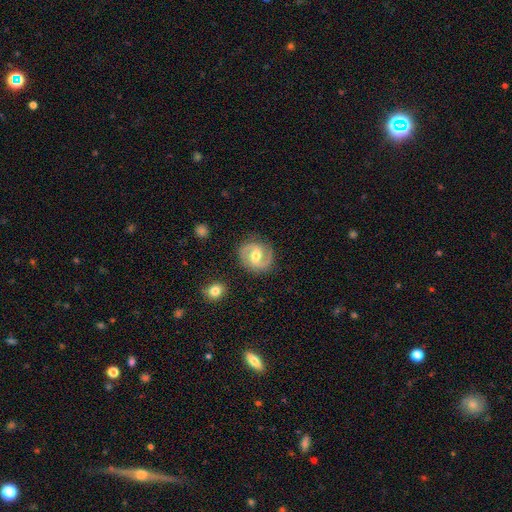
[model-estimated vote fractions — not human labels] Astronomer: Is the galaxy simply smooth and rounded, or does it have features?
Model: featured or disk — 84%.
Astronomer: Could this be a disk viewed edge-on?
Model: no — 98%.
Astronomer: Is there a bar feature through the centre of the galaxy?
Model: weak — 50% (runner-up: no, 26%).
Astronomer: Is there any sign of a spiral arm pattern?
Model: yes — 95%.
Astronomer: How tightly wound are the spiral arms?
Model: medium — 55%.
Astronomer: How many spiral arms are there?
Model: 2 — 92%.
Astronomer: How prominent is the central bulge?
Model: moderate — 74%.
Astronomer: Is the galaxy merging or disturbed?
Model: none — 85%.